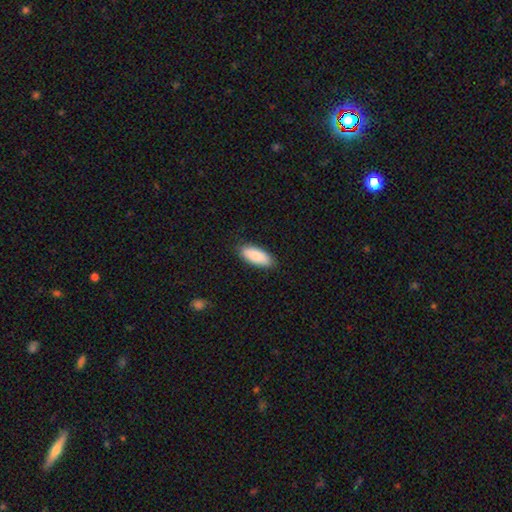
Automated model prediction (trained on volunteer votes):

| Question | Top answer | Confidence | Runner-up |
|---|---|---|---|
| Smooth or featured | smooth | 89% | star or artifact (6%) |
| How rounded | in between | 82% | cigar-shaped (17%) |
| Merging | none | 86% | minor disturbance (11%) |